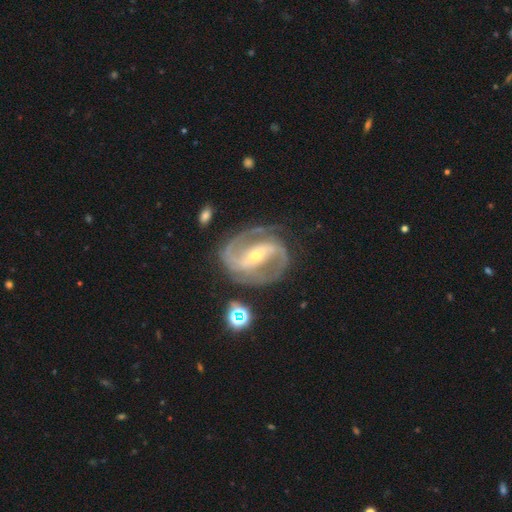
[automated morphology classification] Smooth or featured? featured or disk (92%)
Edge-on disk? no (97%)
Bar? strong (60%)
Spiral arms? yes (98%)
Spiral winding? medium (55%)
Spiral arm count? 2 (89%)
Bulge size? small (60%)
Merging? none (77%)